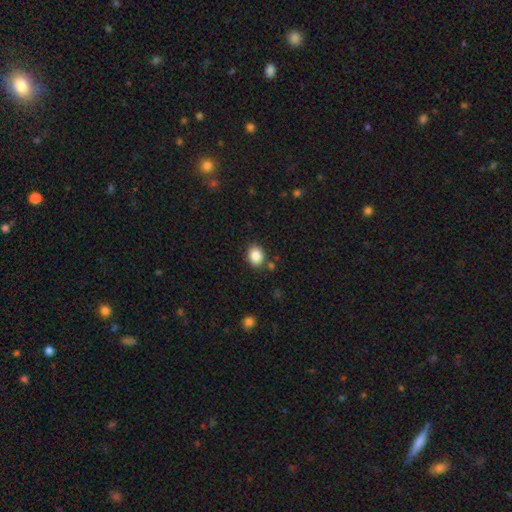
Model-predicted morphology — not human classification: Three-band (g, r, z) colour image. It shows a smooth galaxy with no disk features (86%) that is in between round and cigar-shaped (53%). Merging: none (82%).